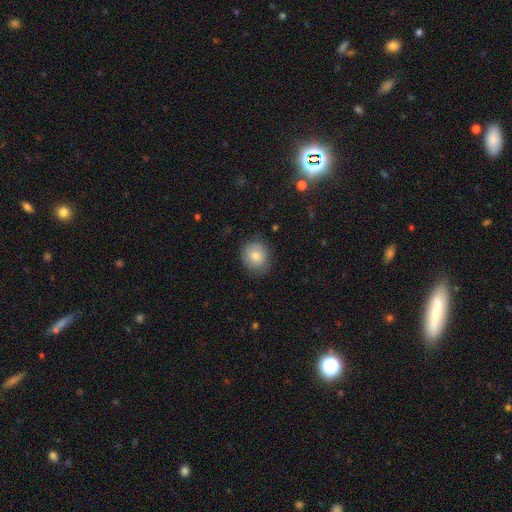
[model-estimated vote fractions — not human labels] smooth 80%, featured or disk 12%, star or artifact 8%. Down the decision tree: how rounded — round (75%); merging — none (79%).